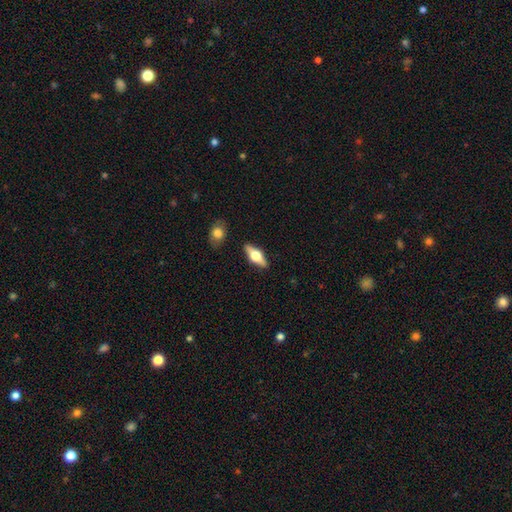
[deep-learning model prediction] This appears to be a featured or disk galaxy (55%) viewed edge-on (93%) with a rounded central bulge (94%). Merging: none (87%).